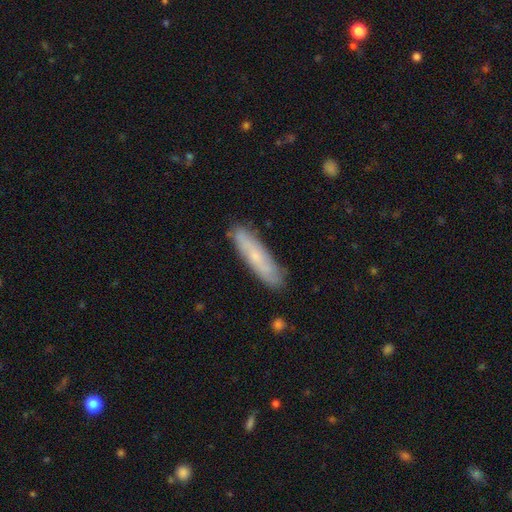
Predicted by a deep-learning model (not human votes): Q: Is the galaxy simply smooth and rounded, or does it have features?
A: smooth — 51%.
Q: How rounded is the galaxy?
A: cigar-shaped — 80%.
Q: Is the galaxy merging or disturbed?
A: none — 84%.